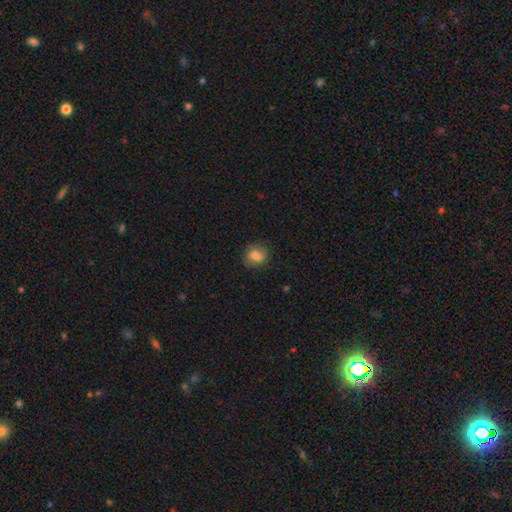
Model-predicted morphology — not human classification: type=smooth (67%); roundness=round (72%); merging=none (79%).